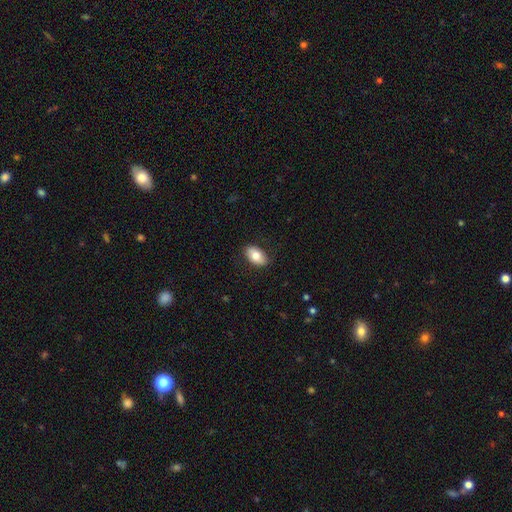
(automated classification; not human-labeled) smooth 78%, featured or disk 16%, star or artifact 7%. Down the decision tree: how rounded — in between (92%); merging — none (85%).